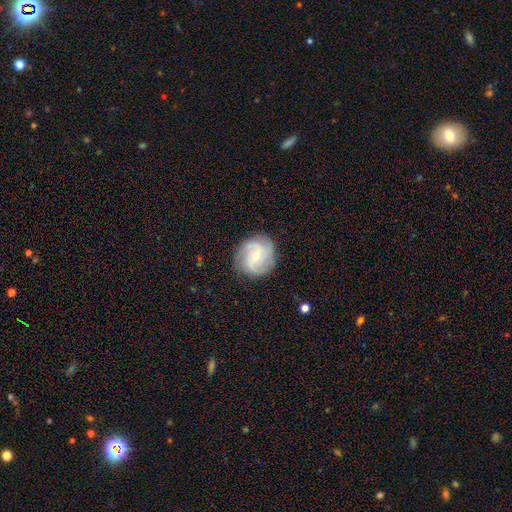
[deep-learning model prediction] Smooth or featured? featured or disk (78%)
Edge-on disk? no (98%)
Bar? no (51%)
Spiral arms? yes (95%)
Spiral winding? tight (43%, tied with medium)
Spiral arm count? 3 (38%)
Bulge size? small (59%)
Merging? none (83%)